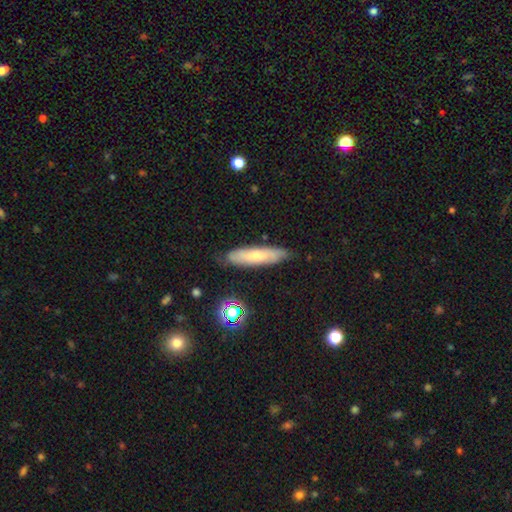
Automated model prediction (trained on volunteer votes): Smooth or featured? Predicted: smooth (p=0.60). How rounded? Predicted: cigar-shaped (p=0.75). Merging? Predicted: none (p=0.80).